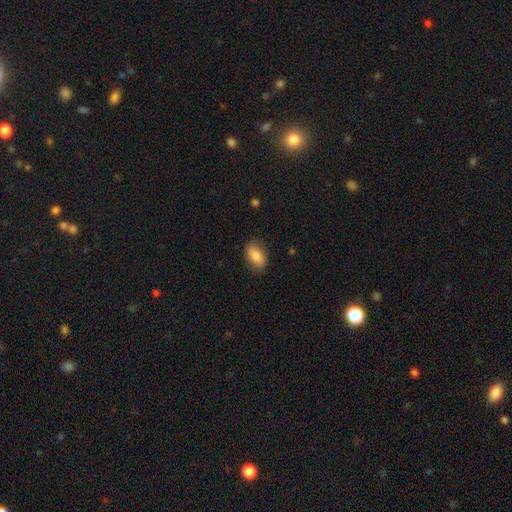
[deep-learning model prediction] Smooth or featured? smooth (80%)
How rounded? in between (89%)
Merging? none (79%)